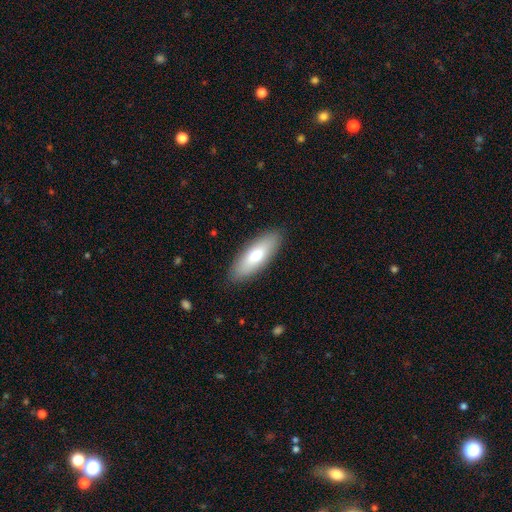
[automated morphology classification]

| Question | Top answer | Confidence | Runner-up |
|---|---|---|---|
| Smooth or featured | smooth | 67% | featured or disk (27%) |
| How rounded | in between | 66% | cigar-shaped (32%) |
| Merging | none | 88% | minor disturbance (8%) |